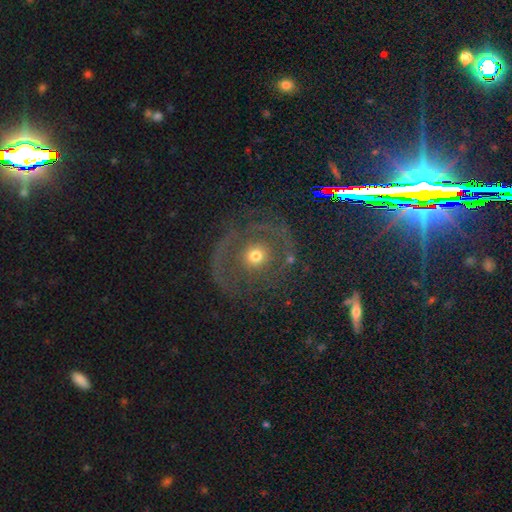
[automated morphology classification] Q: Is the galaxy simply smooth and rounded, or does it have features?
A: featured or disk — 66%.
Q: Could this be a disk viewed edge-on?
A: no — 96%.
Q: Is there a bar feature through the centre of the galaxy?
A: no — 82%.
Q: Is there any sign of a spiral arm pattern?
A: yes — 58%.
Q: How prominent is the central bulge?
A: moderate — 54%.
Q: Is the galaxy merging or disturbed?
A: none — 68%.